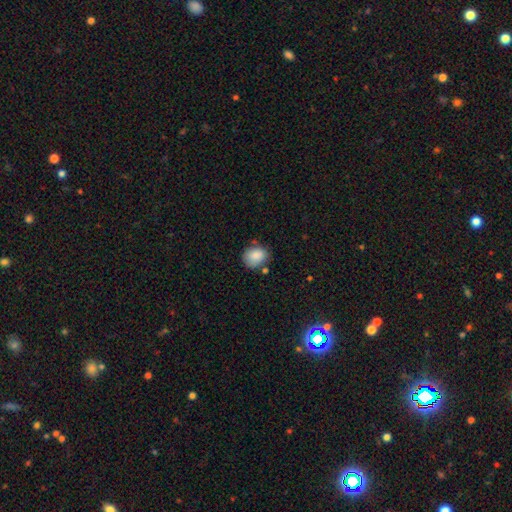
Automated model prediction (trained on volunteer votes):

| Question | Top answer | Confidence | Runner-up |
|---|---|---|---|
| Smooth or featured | smooth | 86% | star or artifact (8%) |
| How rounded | in between | 52% | round (47%) |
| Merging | none | 67% | minor disturbance (22%) |